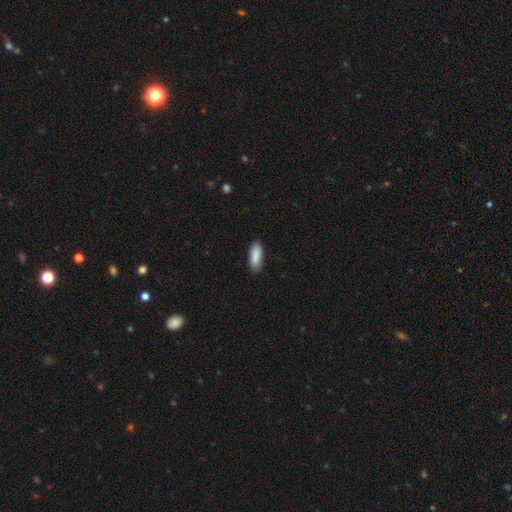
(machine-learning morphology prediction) type=smooth (89%); roundness=in between (72%); merging=none (86%).